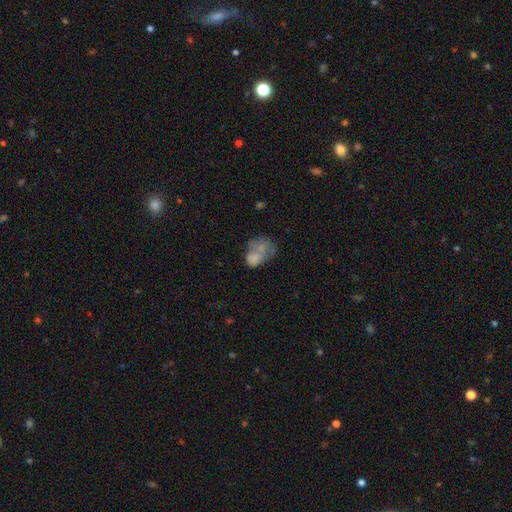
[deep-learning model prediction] Overall: smooth (63%; featured or disk 27%). How rounded: in between (72%). Merging: merger (40%; none 23%).